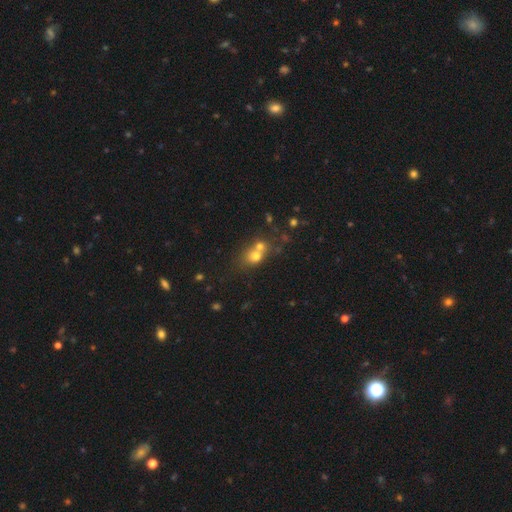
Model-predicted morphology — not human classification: type=smooth (69%); roundness=round (66%); merging=merger (53%).